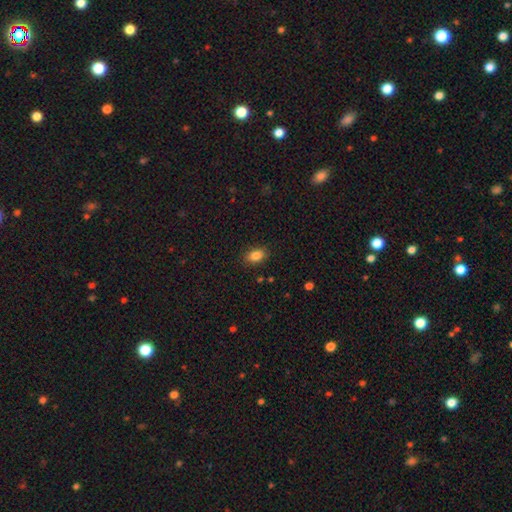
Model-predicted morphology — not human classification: This appears to be a smooth galaxy with no disk features (85%) that is in between round and cigar-shaped (82%). Merging: none (86%).